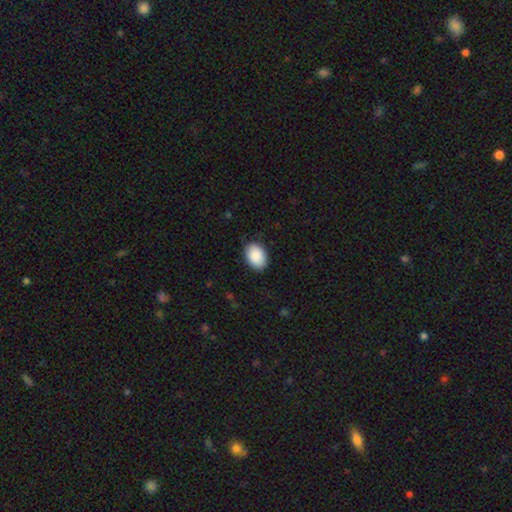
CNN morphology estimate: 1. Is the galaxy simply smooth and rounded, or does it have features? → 90% smooth, 6% star or artifact, 4% featured or disk.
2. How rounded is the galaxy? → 84% in between, 15% round, 1% cigar-shaped.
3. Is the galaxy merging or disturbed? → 86% none, 11% minor disturbance, 2% major disturbance, 1% merger.